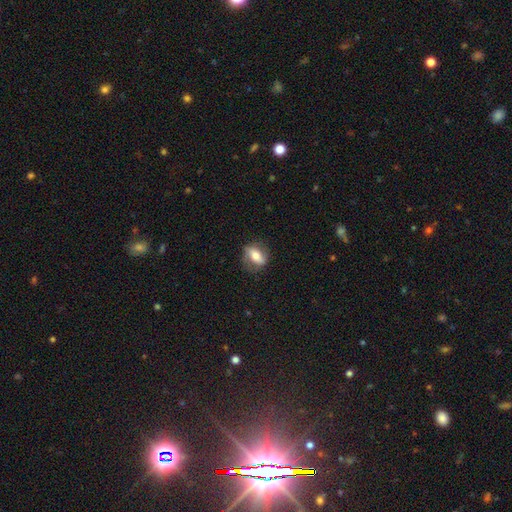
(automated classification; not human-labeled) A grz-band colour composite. It shows a smooth galaxy with no disk features (52%) that is in between round and cigar-shaped (68%). Merging: none (75%).